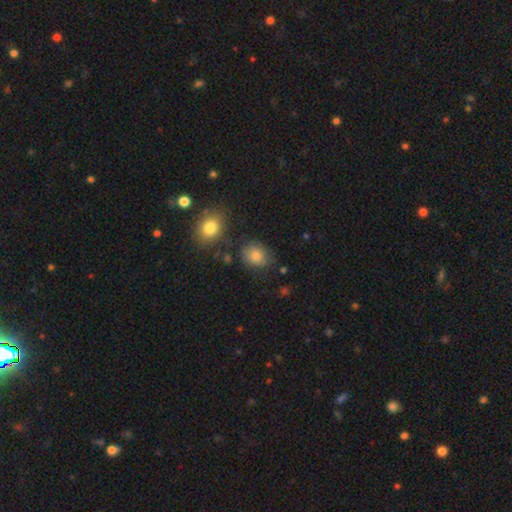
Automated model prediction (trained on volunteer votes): A smooth galaxy with no disk features (79%) that is round (56%). Merging: none (73%).